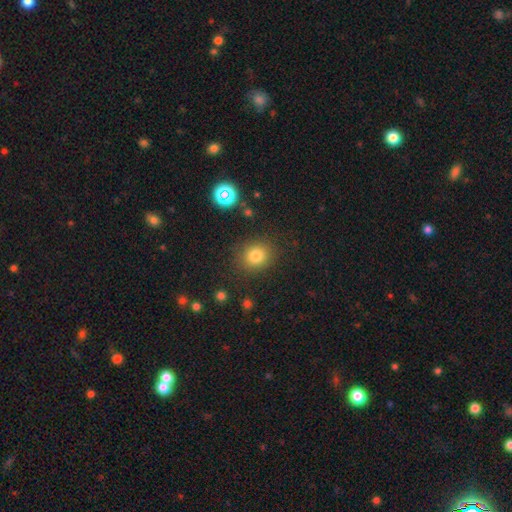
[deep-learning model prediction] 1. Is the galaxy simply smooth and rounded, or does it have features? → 78% smooth, 15% star or artifact, 7% featured or disk.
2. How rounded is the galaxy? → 78% round, 21% in between, 1% cigar-shaped.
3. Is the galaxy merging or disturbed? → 85% none, 9% minor disturbance, 4% major disturbance, 2% merger.